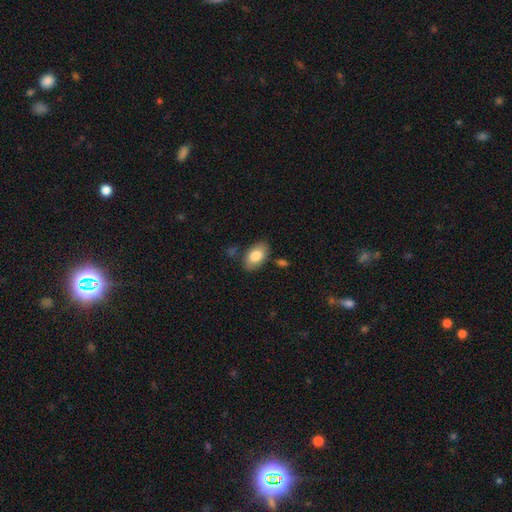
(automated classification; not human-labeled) The model was most divided on "merging": none: 81%, minor disturbance: 13%, merger: 4%, major disturbance: 3%. More confident: how rounded — in between (93%); smooth or featured — smooth (82%).